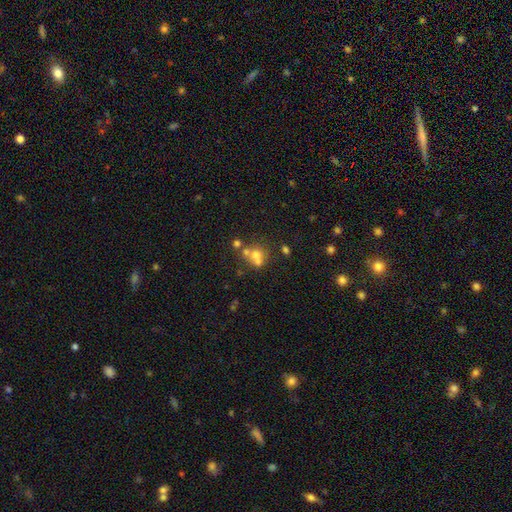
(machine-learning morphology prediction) Smooth or featured?
  - smooth: 58% *
  - featured or disk: 22%
  - star or artifact: 19%
How rounded?
  - round: 76% *
  - in between: 23%
  - cigar-shaped: 1%
Merging?
  - merger: 48% *
  - none: 38%
  - minor disturbance: 9%
  - major disturbance: 5%